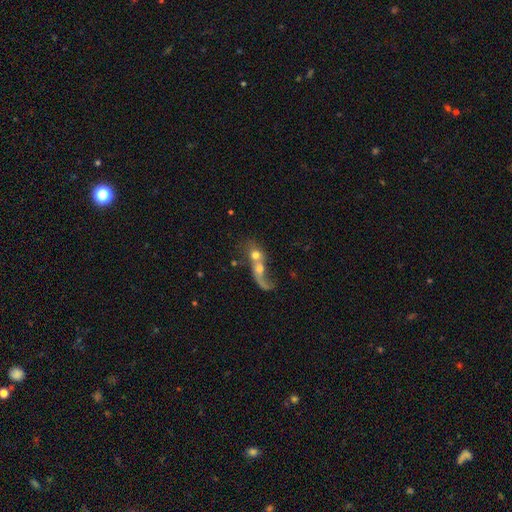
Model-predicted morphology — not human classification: type=smooth (48%); merging=merger (75%).